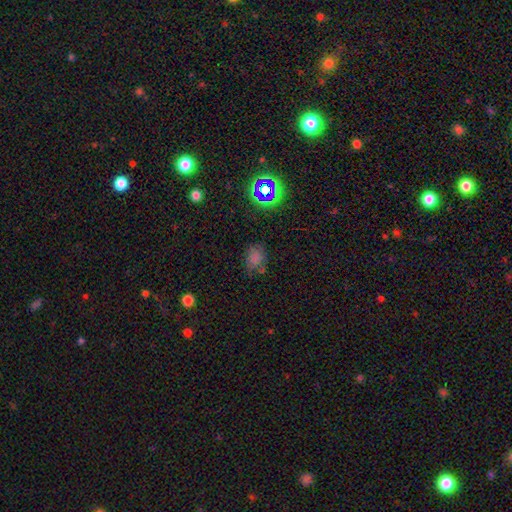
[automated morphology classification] Smooth or featured? smooth (59%)
How rounded? in between (56%)
Merging? none (69%)